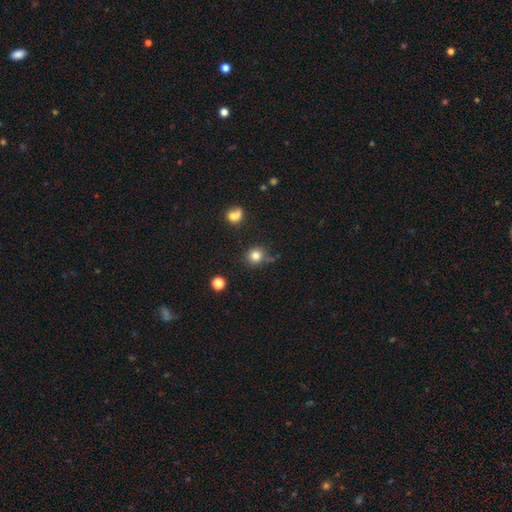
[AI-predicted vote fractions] smooth_or_featured: smooth (p=0.81) [alt: star or artifact p=0.13]
how_rounded: round (p=0.91) [alt: in between p=0.08]
merging: none (p=0.77) [alt: minor disturbance p=0.12]